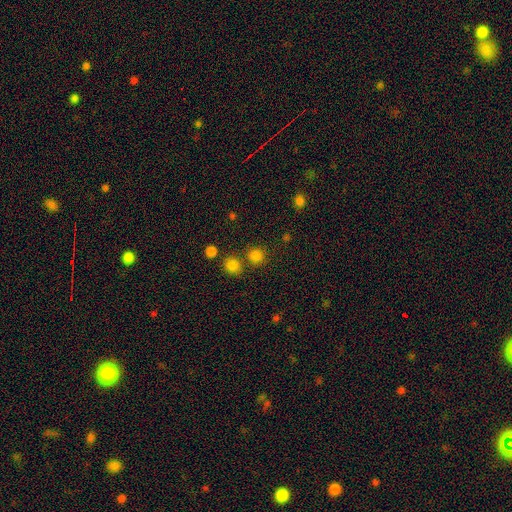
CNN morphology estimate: type=smooth (80%); roundness=round (92%); merging=none (75%).